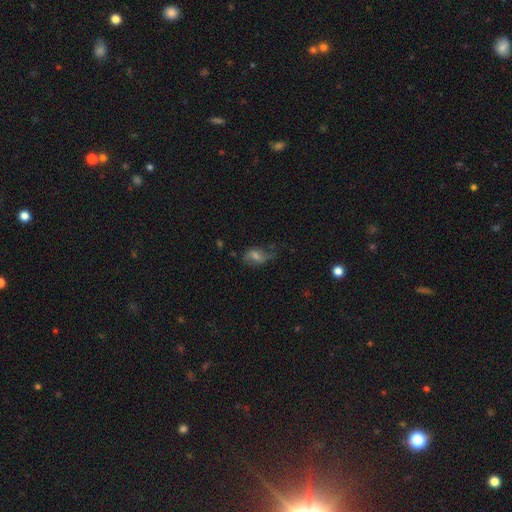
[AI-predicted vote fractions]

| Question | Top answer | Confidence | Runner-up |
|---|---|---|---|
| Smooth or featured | smooth | 42% | tied: featured or disk (42%) |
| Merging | none | 50% | minor disturbance (28%) |